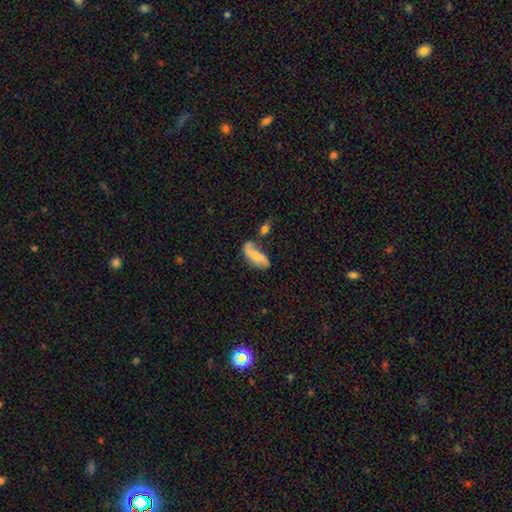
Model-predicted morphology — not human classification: smooth-or-featured: smooth: 53% | featured or disk: 40% | star or artifact: 7%
  how-rounded: in between: 78% | cigar-shaped: 19% | round: 3%
  merging: none: 39% | merger: 24% | minor disturbance: 23% | major disturbance: 13%